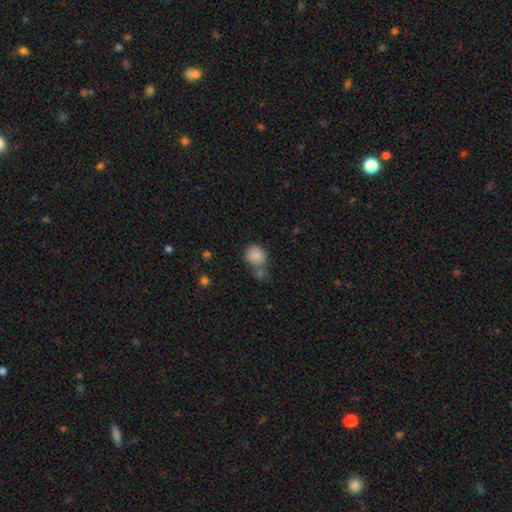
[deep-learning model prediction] A smooth galaxy with no disk features (85%) that is round (72%).

Vote fractions:
- Smooth or featured? smooth: 85% / star or artifact: 8% / featured or disk: 6%
- How rounded? round: 72% / in between: 27% / cigar-shaped: 1%
- Merging? none: 49% / merger: 31% / minor disturbance: 14% / major disturbance: 6%